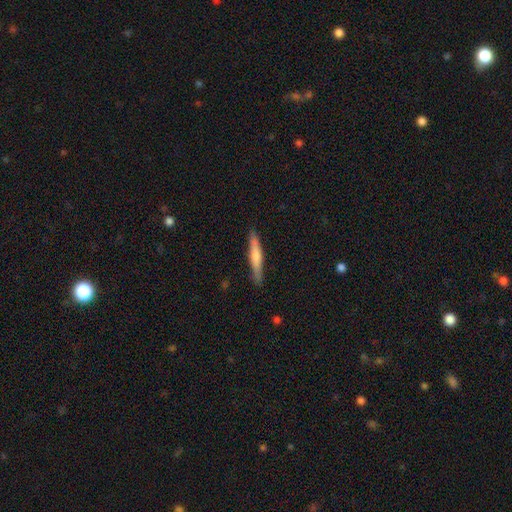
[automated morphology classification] Overall: smooth (47%, tied with featured or disk). Merging: none (89%).